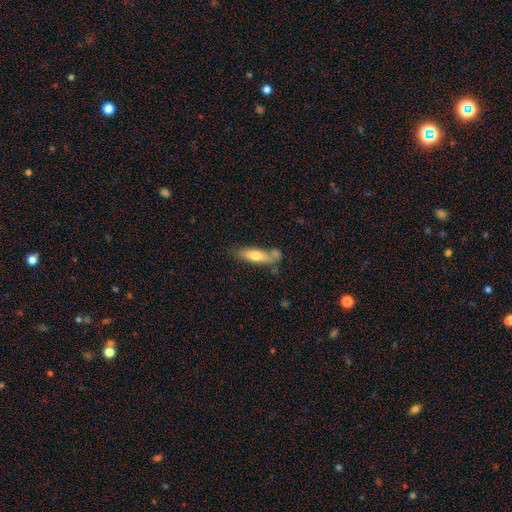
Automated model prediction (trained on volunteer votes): Smooth or featured? smooth (68%)
How rounded? cigar-shaped (57%)
Merging? none (57%)